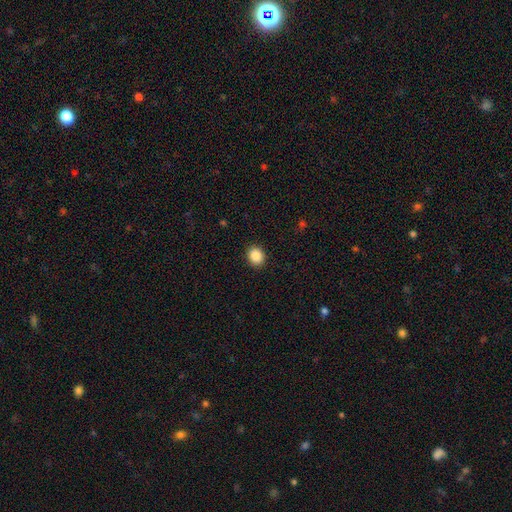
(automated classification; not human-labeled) Smooth or featured: smooth — 88% (star or artifact — 9%)
How rounded: round — 65% (in between — 34%)
Merging: none — 91% (minor disturbance — 6%)